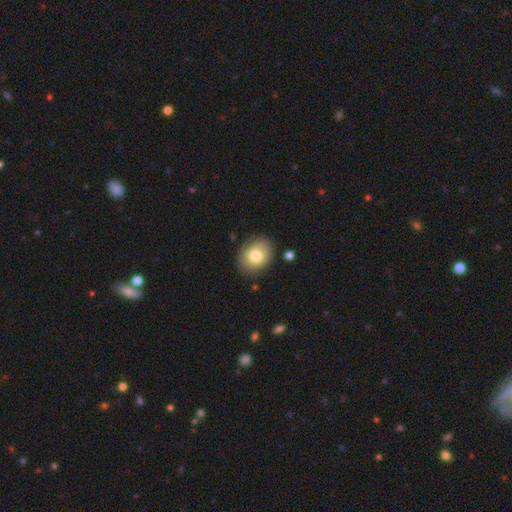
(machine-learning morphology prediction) smooth-or-featured: smooth: 76% | featured or disk: 17% | star or artifact: 8%
  how-rounded: in between: 62% | round: 37% | cigar-shaped: 1%
  merging: none: 80% | minor disturbance: 15% | major disturbance: 4% | merger: 2%